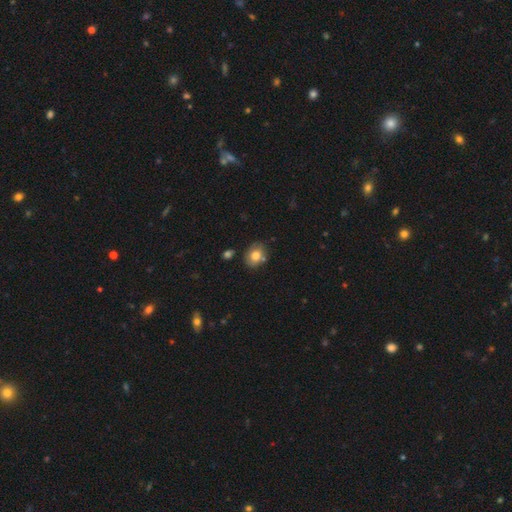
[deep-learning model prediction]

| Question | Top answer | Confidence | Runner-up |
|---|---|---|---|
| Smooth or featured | smooth | 79% | featured or disk (13%) |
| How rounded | in between | 50% | round (49%) |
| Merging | none | 72% | minor disturbance (17%) |